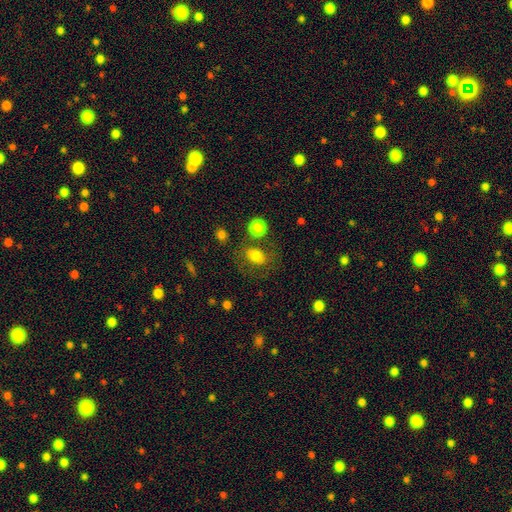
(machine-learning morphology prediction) smooth_or_featured: smooth (p=0.75) [alt: featured or disk p=0.13]
how_rounded: in between (p=0.68) [alt: round p=0.30]
merging: none (p=0.64) [alt: minor disturbance p=0.16]